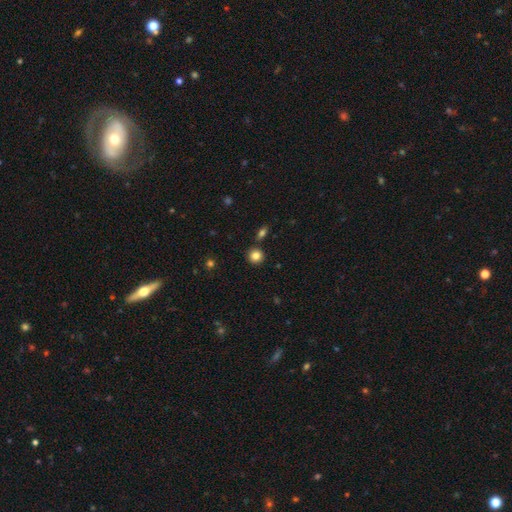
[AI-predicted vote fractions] Smooth or featured? smooth (83%)
How rounded? round (91%)
Merging? none (85%)